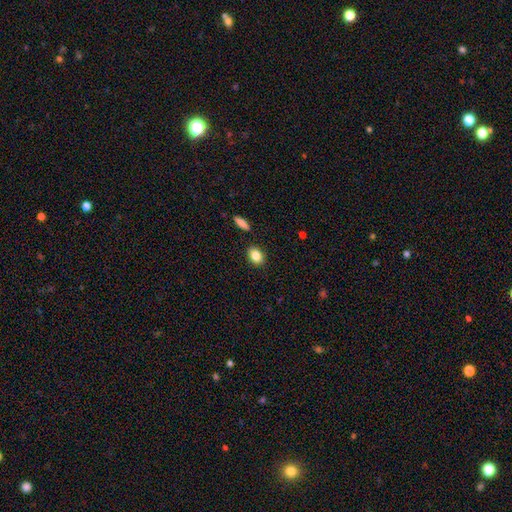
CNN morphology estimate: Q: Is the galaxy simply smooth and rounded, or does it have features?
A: smooth — 85%.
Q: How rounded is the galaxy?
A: in between — 76%.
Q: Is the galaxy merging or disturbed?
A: none — 87%.